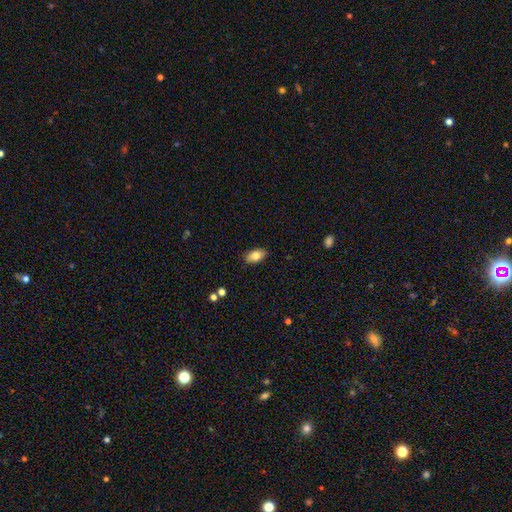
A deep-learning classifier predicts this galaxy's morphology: This appears to be a smooth galaxy with no disk features (80%) that is in between round and cigar-shaped (92%). Merging: none (87%).